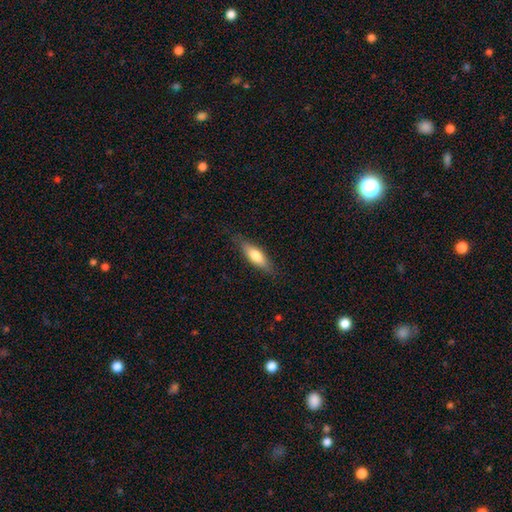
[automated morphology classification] Smooth or featured?
  - smooth: 67% *
  - featured or disk: 27%
  - star or artifact: 6%
How rounded?
  - cigar-shaped: 51% *
  - in between: 47%
  - round: 2%
Merging?
  - none: 81% *
  - minor disturbance: 14%
  - major disturbance: 3%
  - merger: 1%